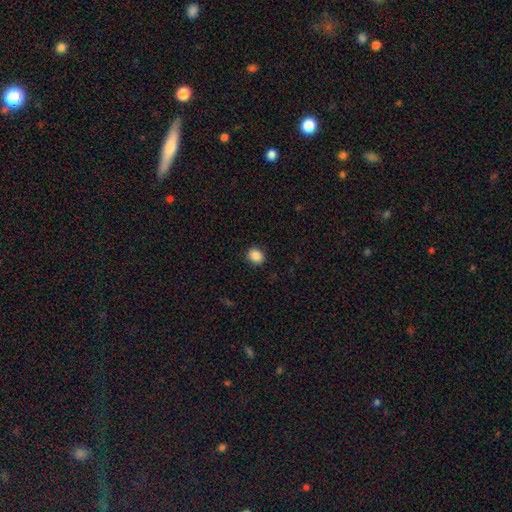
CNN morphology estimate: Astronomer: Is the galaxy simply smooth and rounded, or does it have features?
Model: smooth — 88%.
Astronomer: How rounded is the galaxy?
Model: round — 65%.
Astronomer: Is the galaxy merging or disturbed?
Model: none — 90%.